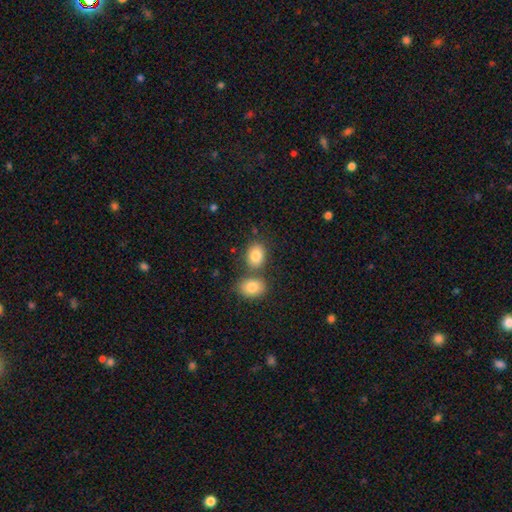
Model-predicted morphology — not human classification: Overall: smooth (83%). How rounded: in between (67%; round 32%). Merging: none (57%; merger 30%).